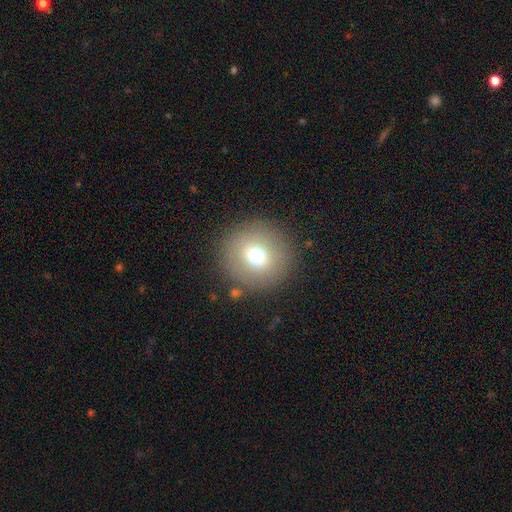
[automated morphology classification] This is likely a smooth galaxy (70%). How rounded: clearly round (93%). Merging: clearly none (88%).